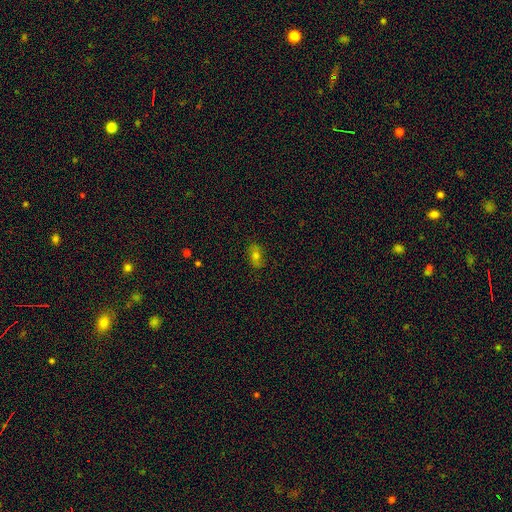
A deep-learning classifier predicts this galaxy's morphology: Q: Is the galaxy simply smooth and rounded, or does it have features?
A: smooth — 58%.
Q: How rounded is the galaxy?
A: in between — 81%.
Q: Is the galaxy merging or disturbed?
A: none — 82%.